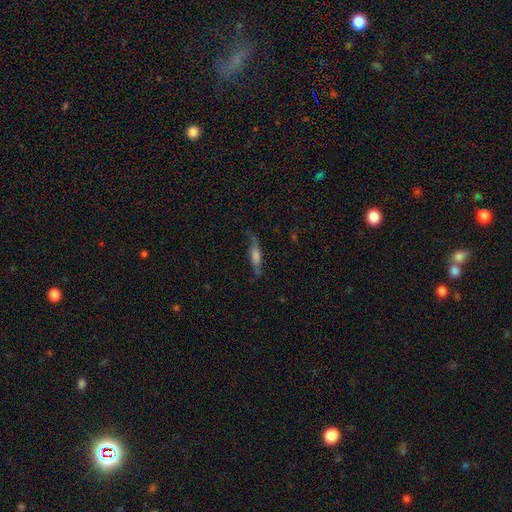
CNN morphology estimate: Q: Smooth or featured?
A: featured or disk (56%); runner-up: smooth (35%)
Q: Edge-on disk?
A: yes (75%); runner-up: no (25%)
Q: Merging?
A: none (66%); runner-up: minor disturbance (23%)